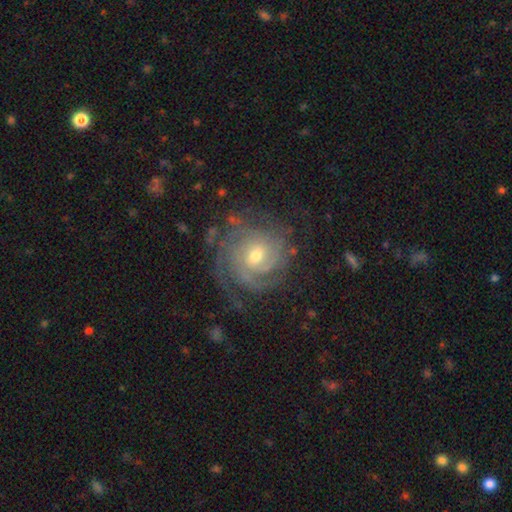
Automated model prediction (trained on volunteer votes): A featured or disk galaxy (86%) with no bar (56%), tight (72%) spiral arms (96%) and a moderate central bulge (57%).

Vote fractions:
- Smooth or featured? featured or disk: 86% / smooth: 8% / star or artifact: 7%
- Edge-on disk? no: 97% / yes: 3%
- Bar? no: 56% / weak: 36% / strong: 8%
- Spiral arms? yes: 96% / no: 4%
- Spiral winding? tight: 72% / medium: 22% / loose: 5%
- Spiral arm count? can't tell: 32% / 3: 23% / 4: 15% / 2: 15% / more than 4: 7% / 1: 7%
- Bulge size? moderate: 57% / small: 38% / large: 3% / none: 1% / dominant: 1%
- Merging? none: 73% / minor disturbance: 16% / major disturbance: 9% / merger: 1%